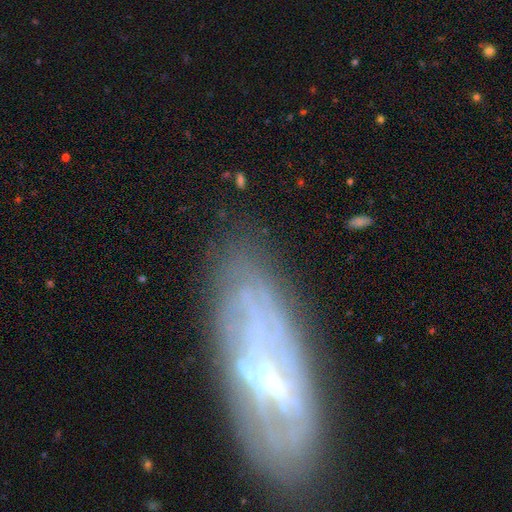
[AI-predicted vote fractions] Morphology: type=featured or disk (69%); edge-on=no (70%); merging=none (75%).